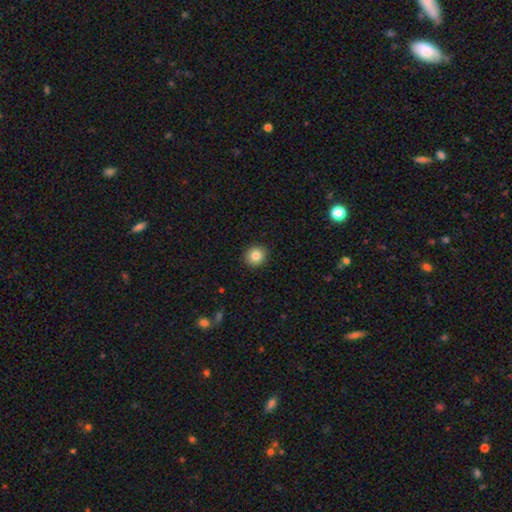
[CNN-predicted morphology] This is clearly a smooth galaxy (84%). How rounded: clearly round (84%). Merging: clearly none (92%).